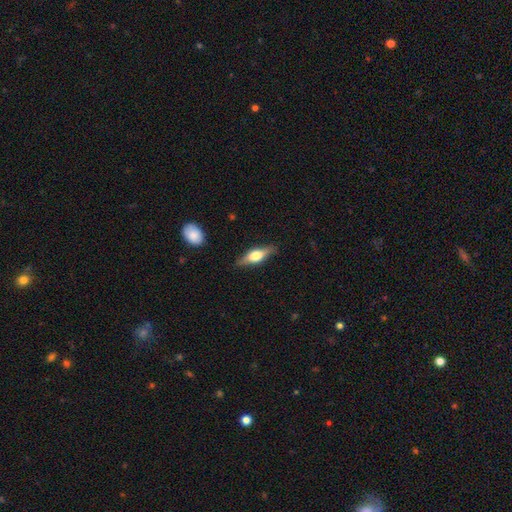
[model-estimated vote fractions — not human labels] featured or disk 56%, smooth 37%, star or artifact 6%. Down the decision tree: edge-on disk — yes (94%); edge-on bulge — rounded (91%); merging — none (85%).